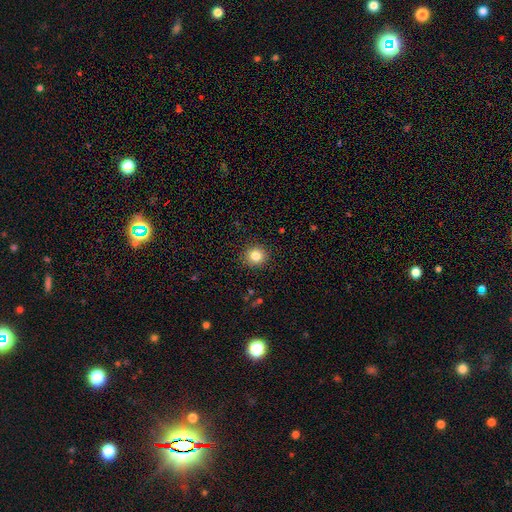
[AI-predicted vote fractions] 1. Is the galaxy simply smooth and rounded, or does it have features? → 83% smooth, 11% star or artifact, 6% featured or disk.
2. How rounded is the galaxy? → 91% round, 8% in between, 1% cigar-shaped.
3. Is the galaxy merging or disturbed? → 91% none, 6% minor disturbance, 2% major disturbance, 1% merger.